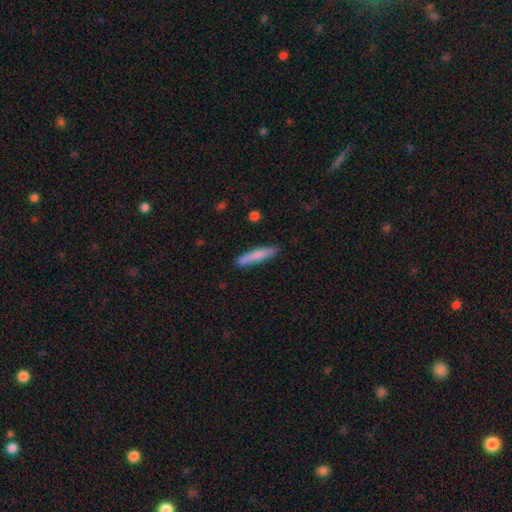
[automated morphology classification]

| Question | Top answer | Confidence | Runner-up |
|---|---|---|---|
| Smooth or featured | smooth | 74% | featured or disk (21%) |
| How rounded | cigar-shaped | 91% | in between (7%) |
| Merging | none | 84% | minor disturbance (12%) |